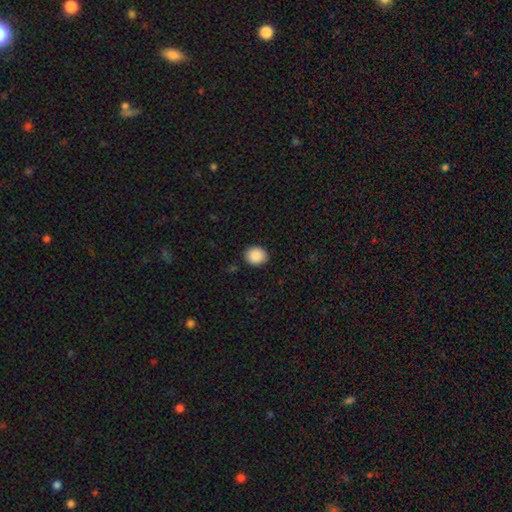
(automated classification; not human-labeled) Smooth or featured?
  - smooth: 89% *
  - star or artifact: 8%
  - featured or disk: 2%
How rounded?
  - round: 73% *
  - in between: 26%
  - cigar-shaped: 1%
Merging?
  - none: 90% *
  - minor disturbance: 7%
  - major disturbance: 2%
  - merger: 1%